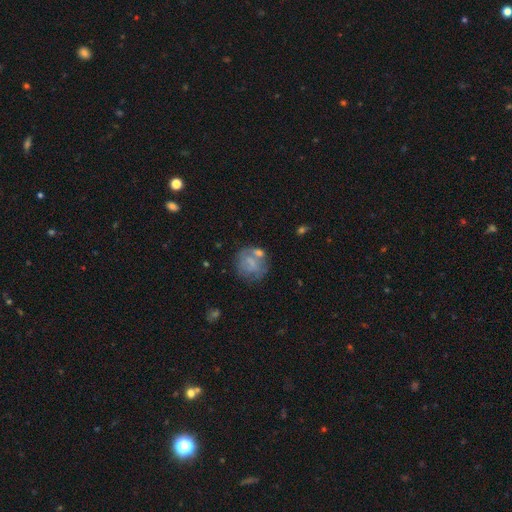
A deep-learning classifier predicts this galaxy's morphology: This is possibly a smooth galaxy (54%). How rounded: likely round (73%). Merging: marginally none (45%).